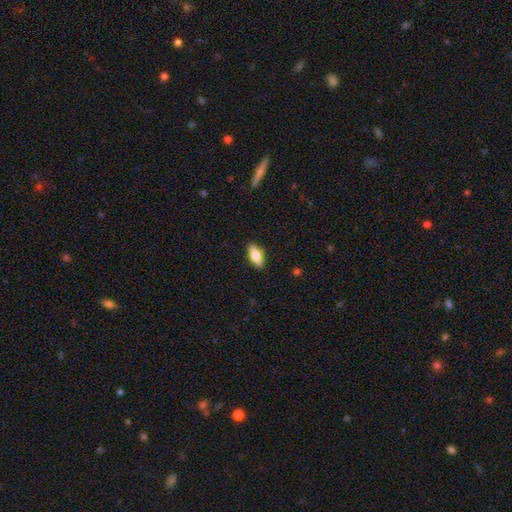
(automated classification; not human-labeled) A smooth galaxy with no disk features (61%) that is in between round and cigar-shaped (72%). Merging: none (87%).